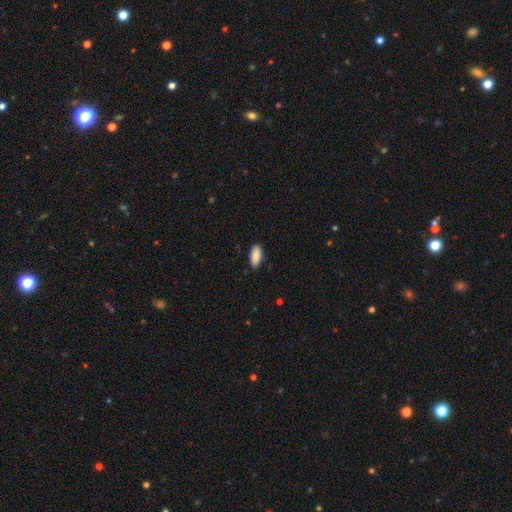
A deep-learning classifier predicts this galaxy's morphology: smooth_or_featured: smooth (p=0.90) [alt: star or artifact p=0.06]
how_rounded: in between (p=0.88) [alt: cigar-shaped p=0.11]
merging: none (p=0.87) [alt: minor disturbance p=0.10]